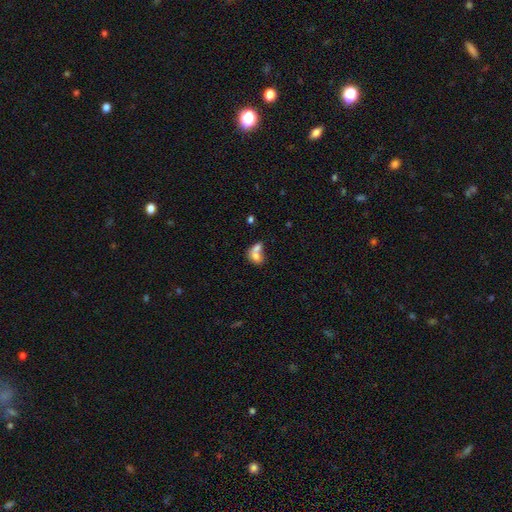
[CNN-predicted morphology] Smooth or featured? smooth (70%)
How rounded? in between (70%)
Merging? merger (70%)